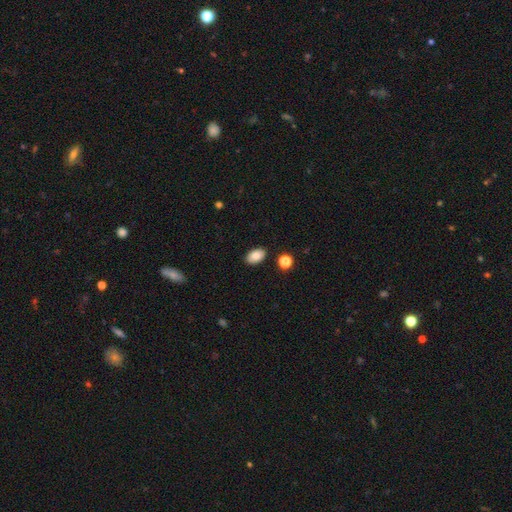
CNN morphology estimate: The model was most divided on "smooth or featured": smooth: 86%, star or artifact: 8%, featured or disk: 6%. More confident: how rounded — in between (91%); merging — none (87%).